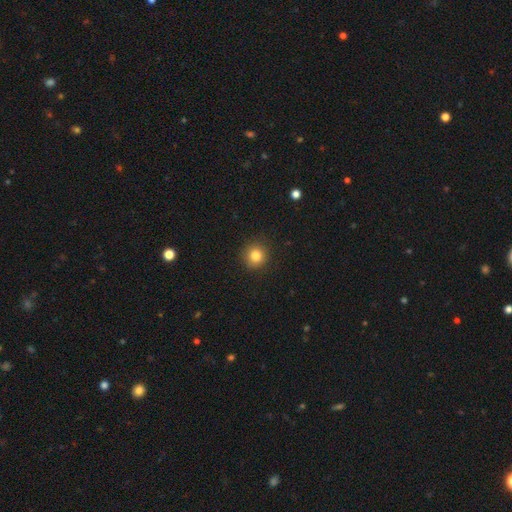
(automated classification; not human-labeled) Overall: smooth (83%). How rounded: round (92%). Merging: none (91%).